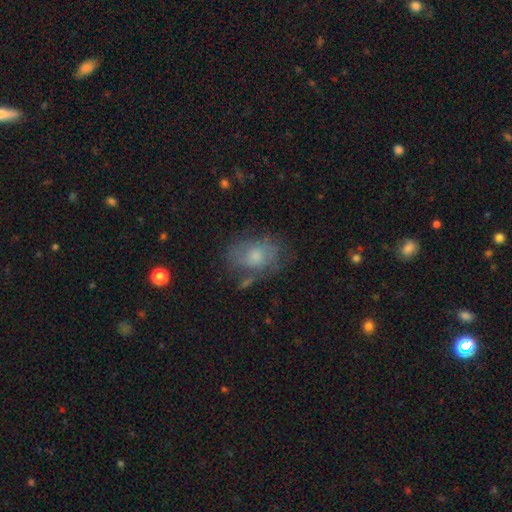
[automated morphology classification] A smooth galaxy with no disk features (51%) that is in between round and cigar-shaped (78%). Merging: none (54%).